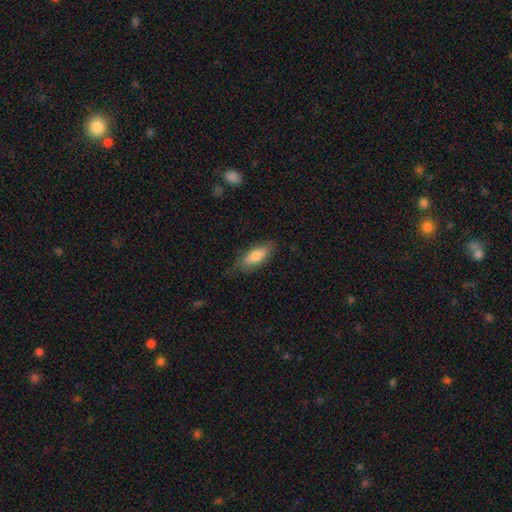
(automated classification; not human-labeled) The model was most divided on "how rounded": in between: 67%, cigar-shaped: 31%, round: 2%. More confident: smooth or featured — smooth (77%); merging — none (74%).